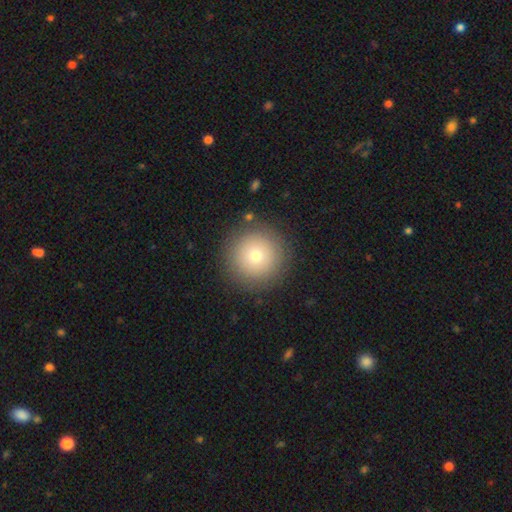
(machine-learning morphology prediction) A smooth galaxy with no disk features (74%) that is round (97%).

Vote fractions:
- Smooth or featured? smooth: 74% / featured or disk: 14% / star or artifact: 12%
- How rounded? round: 97% / in between: 2% / cigar-shaped: 1%
- Merging? none: 89% / minor disturbance: 7% / major disturbance: 3% / merger: 2%